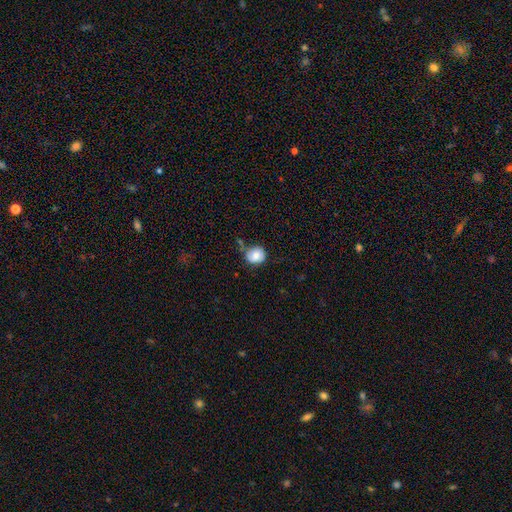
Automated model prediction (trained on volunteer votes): Smooth or featured? smooth (82%)
How rounded? round (84%)
Merging? none (64%)